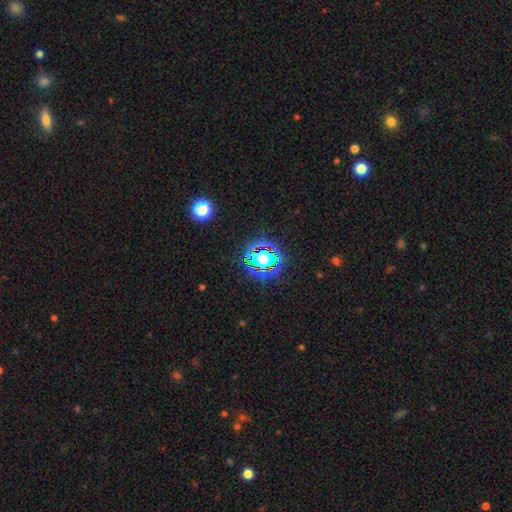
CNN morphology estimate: Smooth or featured? star or artifact (59%)